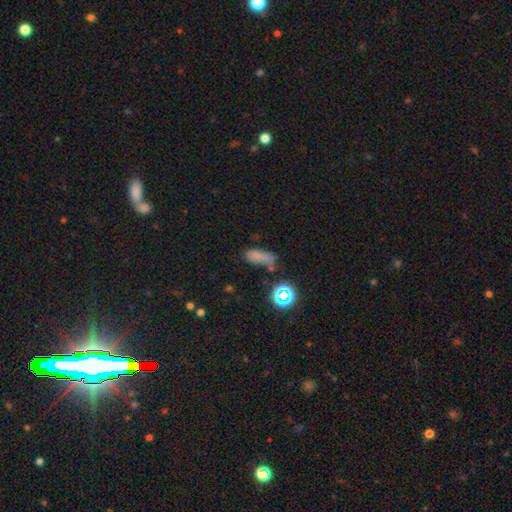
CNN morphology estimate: A smooth galaxy with no disk features (64%) that is in between round and cigar-shaped (63%).

Vote fractions:
- Smooth or featured? smooth: 64% / star or artifact: 26% / featured or disk: 10%
- How rounded? in between: 63% / cigar-shaped: 27% / round: 11%
- Merging? none: 57% / minor disturbance: 24% / major disturbance: 11% / merger: 8%